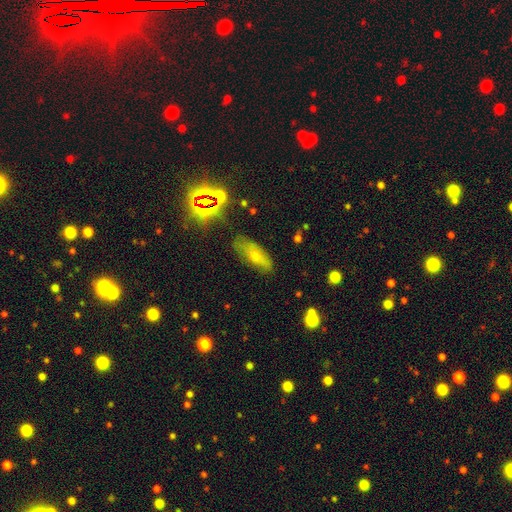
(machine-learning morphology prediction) Smooth or featured? smooth (67%)
How rounded? in between (74%)
Merging? none (64%)